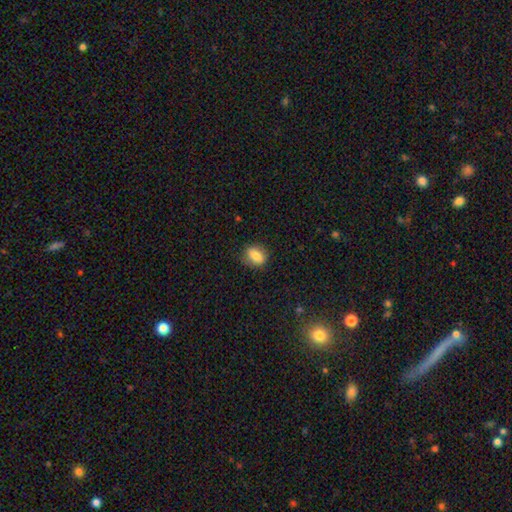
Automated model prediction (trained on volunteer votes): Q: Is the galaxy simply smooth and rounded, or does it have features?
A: smooth — 79%.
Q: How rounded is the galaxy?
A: in between — 66%.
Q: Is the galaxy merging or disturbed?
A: none — 82%.